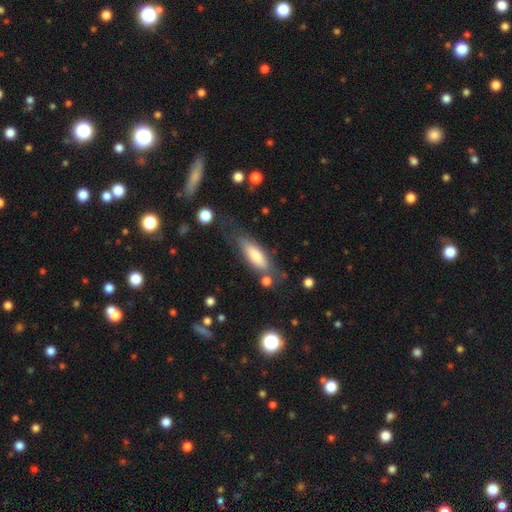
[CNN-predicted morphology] A smooth galaxy with no disk features (70%) that is in between round and cigar-shaped (52%).

Vote fractions:
- Smooth or featured? smooth: 70% / featured or disk: 23% / star or artifact: 7%
- How rounded? in between: 52% / cigar-shaped: 46% / round: 2%
- Merging? none: 62% / minor disturbance: 23% / major disturbance: 10% / merger: 6%